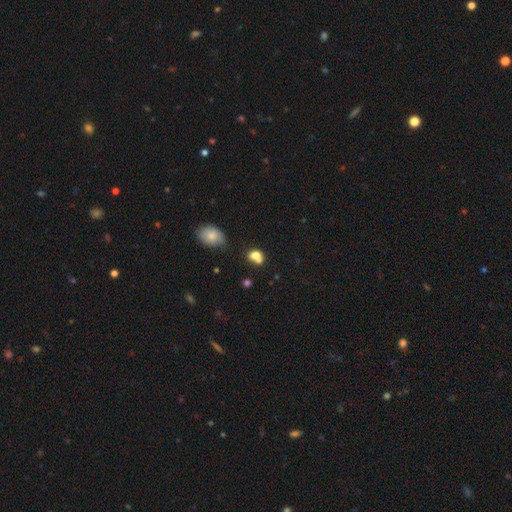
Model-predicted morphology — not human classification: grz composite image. It shows a smooth galaxy with no disk features (76%) that is in between round and cigar-shaped (52%). Merging: merger (43%).